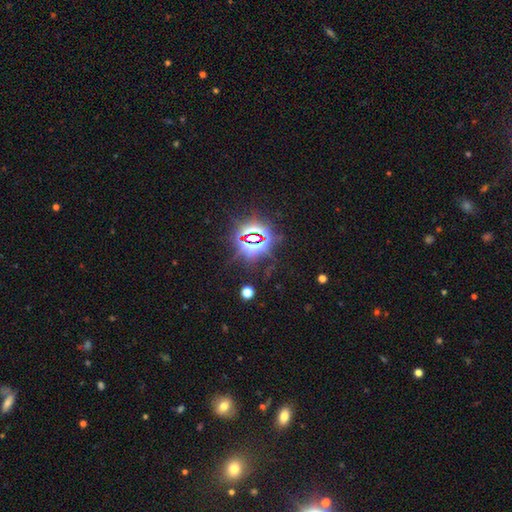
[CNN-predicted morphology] Q: Smooth or featured?
A: star or artifact (83%); runner-up: smooth (10%)